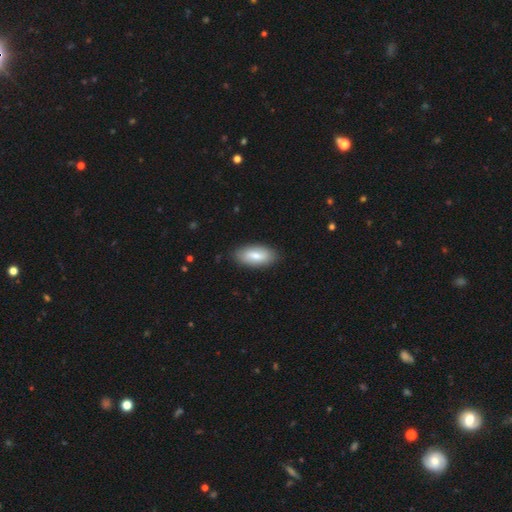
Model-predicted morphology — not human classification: Overall: smooth (74%). How rounded: in between (90%). Merging: none (85%).